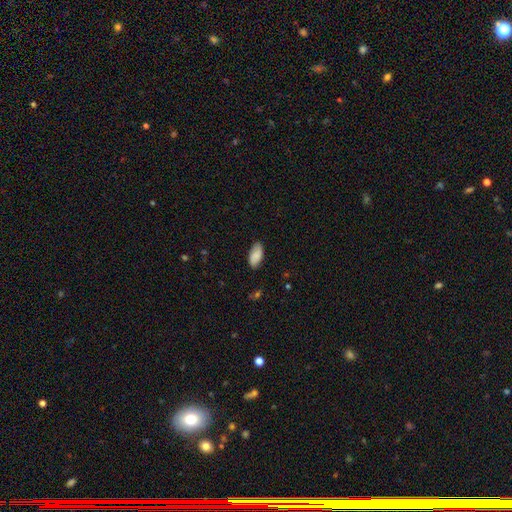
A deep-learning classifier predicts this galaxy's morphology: smooth-or-featured: smooth: 85% | featured or disk: 8% | star or artifact: 6%
  how-rounded: in between: 94% | cigar-shaped: 4% | round: 2%
  merging: none: 84% | minor disturbance: 12% | major disturbance: 2% | merger: 1%